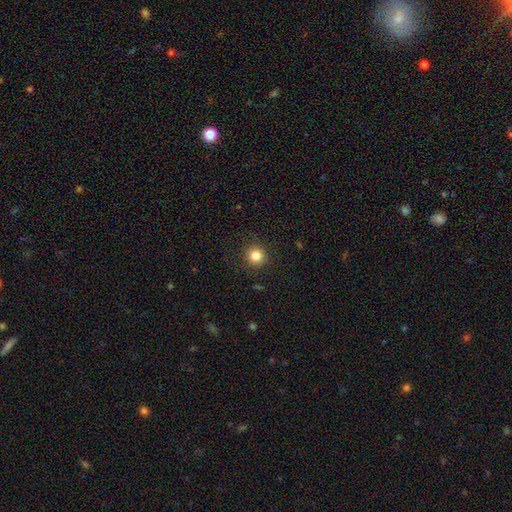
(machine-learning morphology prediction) This appears to be a smooth galaxy with no disk features (84%) that is round (94%). Merging: none (91%).